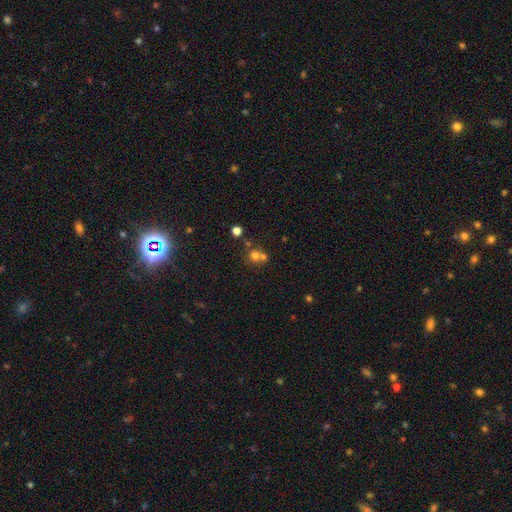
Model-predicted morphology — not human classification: Q: Smooth or featured?
A: smooth (67%); runner-up: star or artifact (19%)
Q: How rounded?
A: round (85%); runner-up: in between (14%)
Q: Merging?
A: merger (47%); runner-up: none (43%)